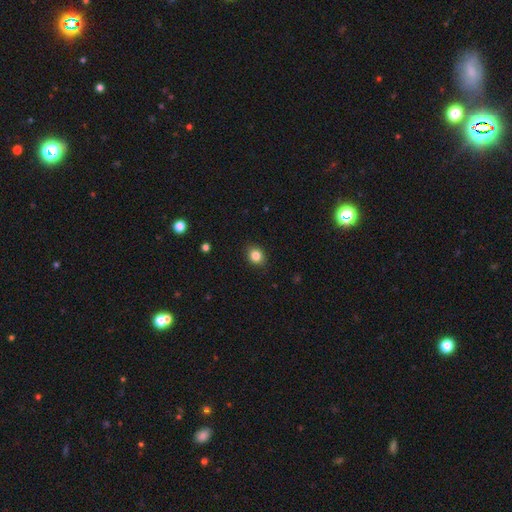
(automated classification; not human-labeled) Smooth or featured: smooth — 84% (star or artifact — 11%)
How rounded: round — 66% (in between — 33%)
Merging: none — 88% (minor disturbance — 9%)